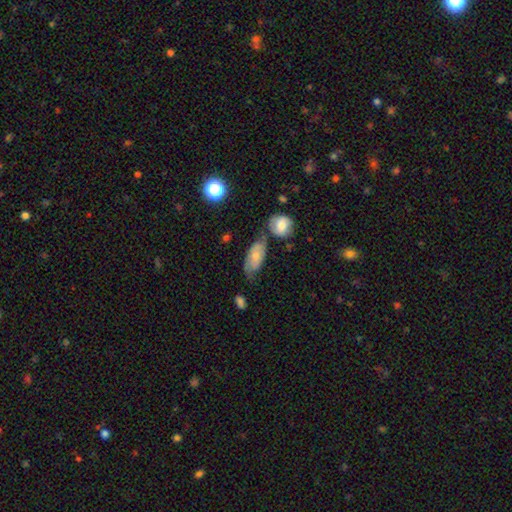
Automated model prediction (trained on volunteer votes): Smooth or featured?
  - smooth: 60% *
  - featured or disk: 33%
  - star or artifact: 7%
How rounded?
  - in between: 87% *
  - cigar-shaped: 8%
  - round: 5%
Merging?
  - none: 47% *
  - minor disturbance: 29%
  - merger: 13%
  - major disturbance: 11%